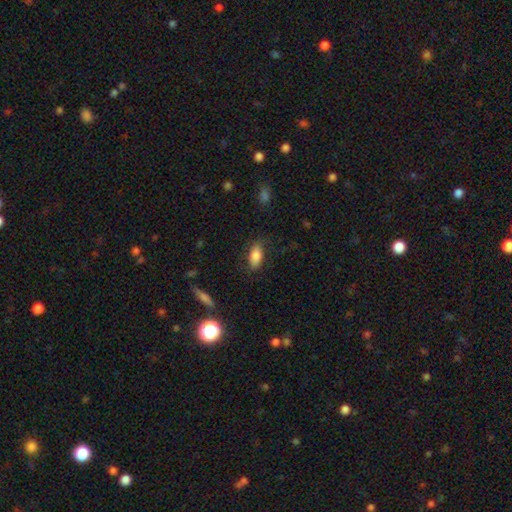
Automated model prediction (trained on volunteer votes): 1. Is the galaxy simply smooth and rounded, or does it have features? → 83% smooth, 9% featured or disk, 8% star or artifact.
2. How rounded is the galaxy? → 89% in between, 7% cigar-shaped, 4% round.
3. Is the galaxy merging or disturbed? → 78% none, 16% minor disturbance, 5% major disturbance, 1% merger.